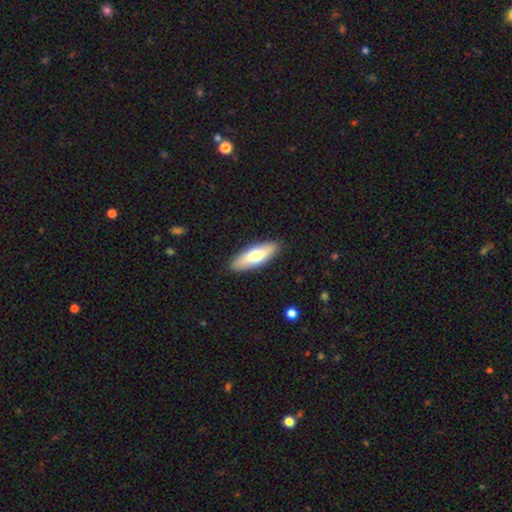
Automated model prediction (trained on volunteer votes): Smooth or featured? Predicted: smooth (p=0.68). How rounded? Predicted: in between (p=0.59). Merging? Predicted: none (p=0.89).